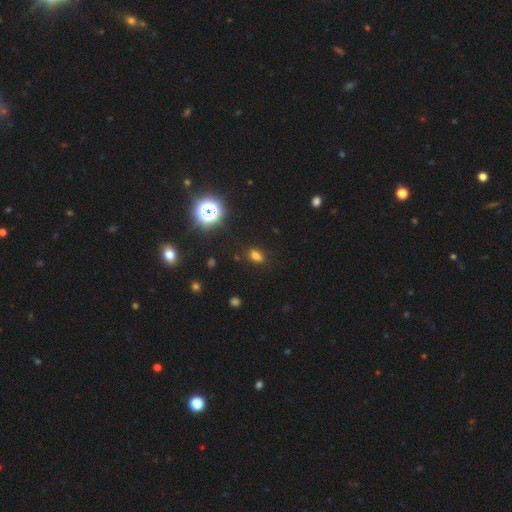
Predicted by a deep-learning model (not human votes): This is likely a smooth galaxy (70%). How rounded: likely in between (69%). Merging: clearly none (81%).